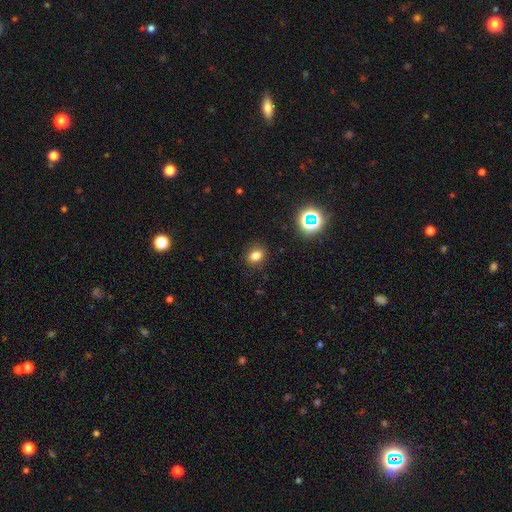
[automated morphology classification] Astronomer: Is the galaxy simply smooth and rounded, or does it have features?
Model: smooth — 77%.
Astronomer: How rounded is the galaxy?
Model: in between — 61% (runner-up: round, 37%).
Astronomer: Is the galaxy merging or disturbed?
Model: none — 86%.